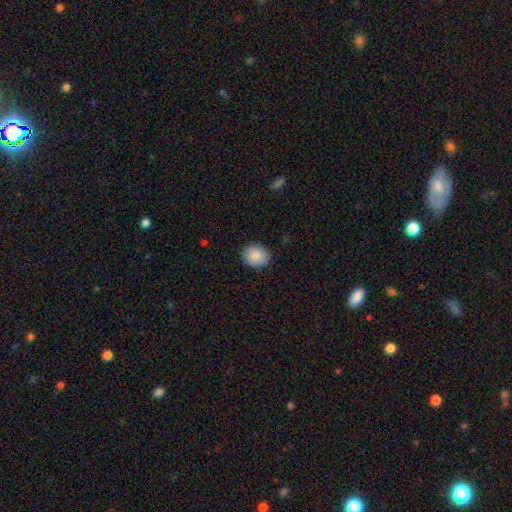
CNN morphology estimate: type=smooth (88%); roundness=round (57%); merging=none (88%).